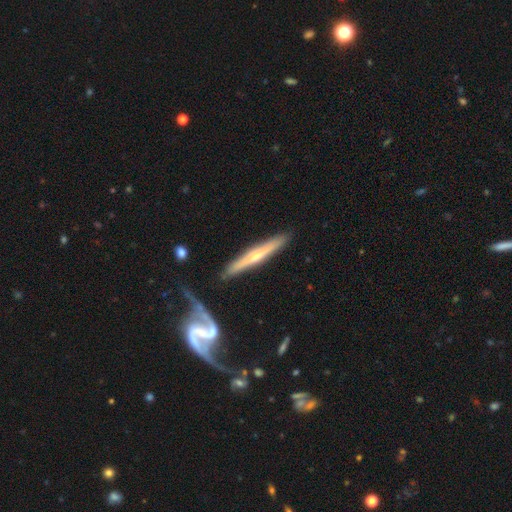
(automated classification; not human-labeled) This is likely a featured or disk galaxy (67%). It is clearly viewed edge-on (91%). Edge-on bulge: likely rounded (70%). Merging: clearly none (84%).